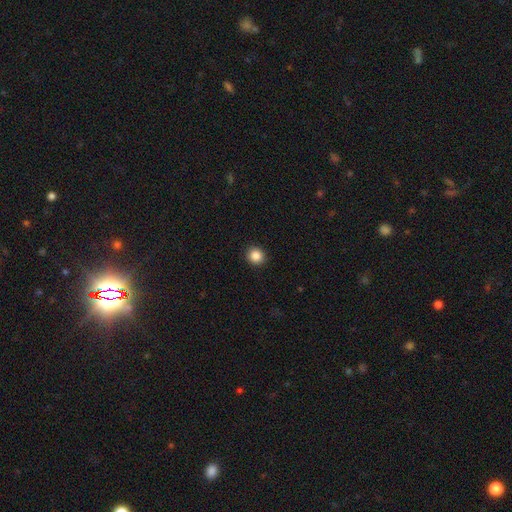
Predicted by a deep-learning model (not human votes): Morphology: type=smooth (87%); roundness=round (89%); merging=none (93%).